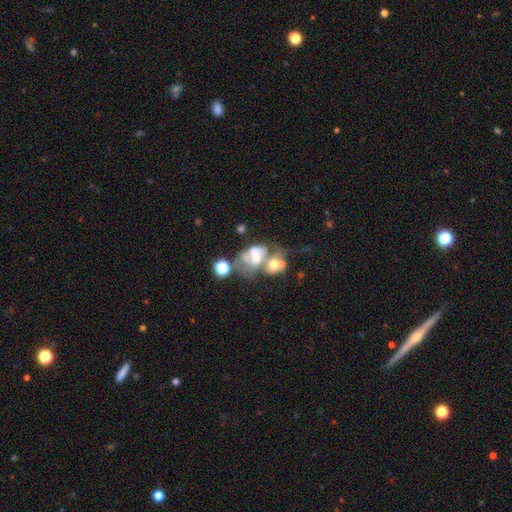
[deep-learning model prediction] Q: Smooth or featured?
A: featured or disk (50%); runner-up: smooth (36%)
Q: Edge-on disk?
A: no (97%); runner-up: yes (3%)
Q: Merging?
A: merger (63%); runner-up: major disturbance (19%)